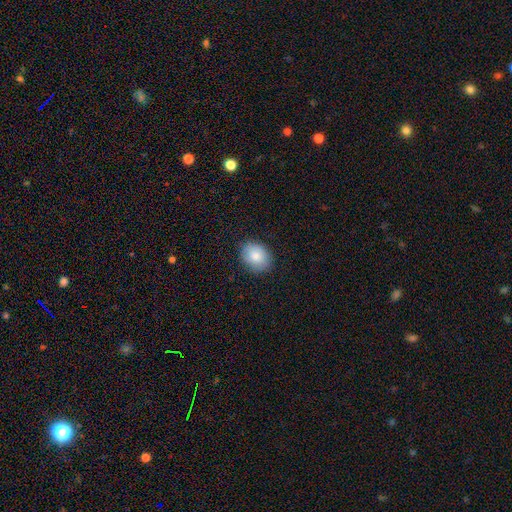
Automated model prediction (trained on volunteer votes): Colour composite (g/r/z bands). It shows a smooth galaxy with no disk features (83%) that is in between round and cigar-shaped (59%). Merging: none (84%).